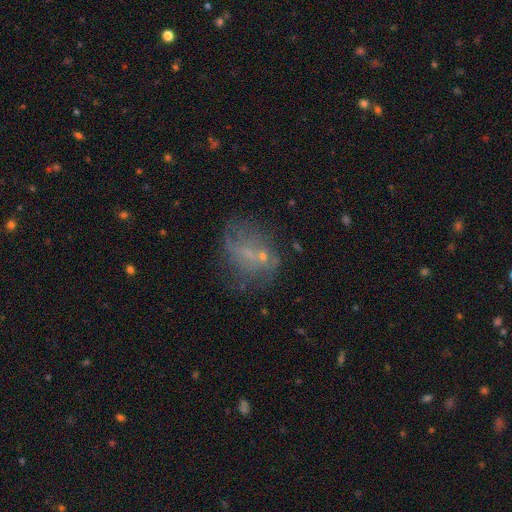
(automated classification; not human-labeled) Smooth or featured? featured or disk (42%)
Merging? none (48%)